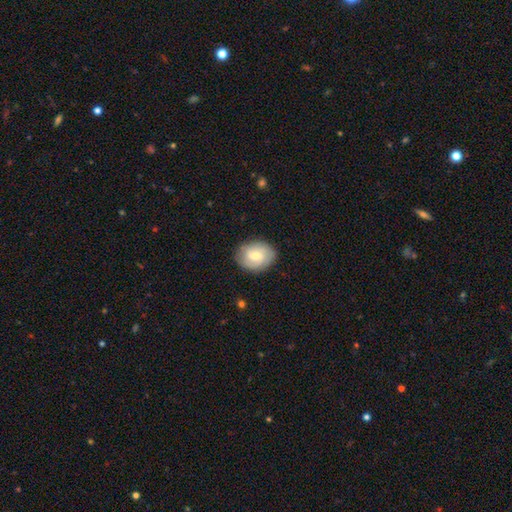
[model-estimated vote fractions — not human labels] smooth-or-featured: smooth: 54% | featured or disk: 40% | star or artifact: 6%
  how-rounded: in between: 55% | round: 44% | cigar-shaped: 1%
  merging: none: 82% | minor disturbance: 13% | major disturbance: 3% | merger: 1%